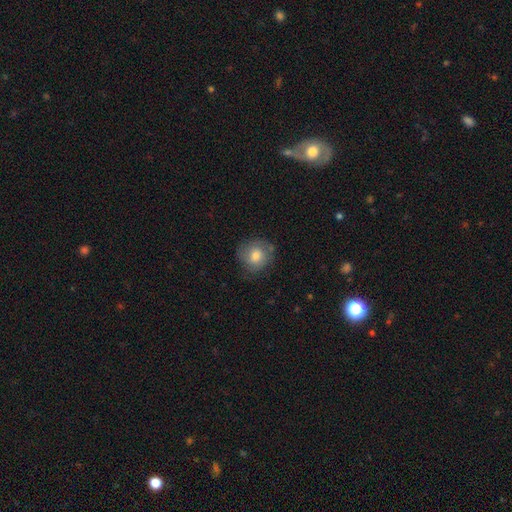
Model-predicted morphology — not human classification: This appears to be a smooth galaxy with no disk features (75%) that is round (86%). Merging: none (74%).